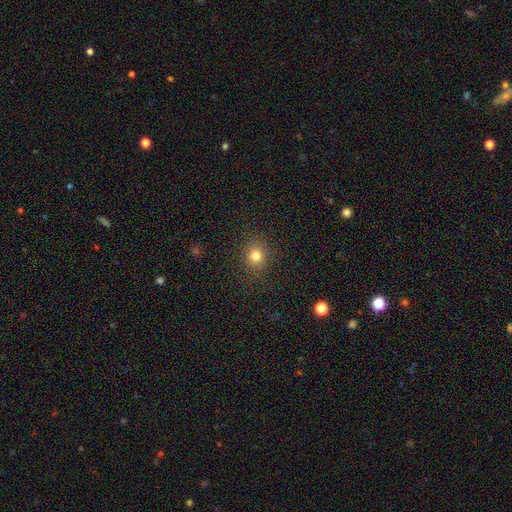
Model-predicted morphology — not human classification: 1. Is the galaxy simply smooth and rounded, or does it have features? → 78% smooth, 15% star or artifact, 7% featured or disk.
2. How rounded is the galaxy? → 77% round, 22% in between, 1% cigar-shaped.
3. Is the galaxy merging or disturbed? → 88% none, 8% minor disturbance, 3% major disturbance, 1% merger.